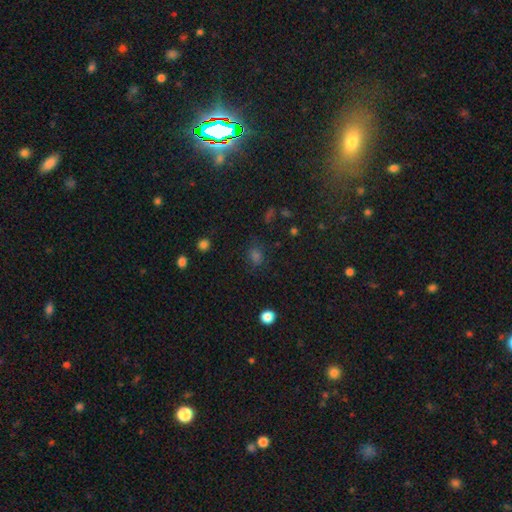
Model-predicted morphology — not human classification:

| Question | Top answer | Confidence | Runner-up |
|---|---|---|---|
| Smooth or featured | smooth | 60% | star or artifact (34%) |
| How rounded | round | 53% | in between (45%) |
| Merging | none | 76% | minor disturbance (15%) |